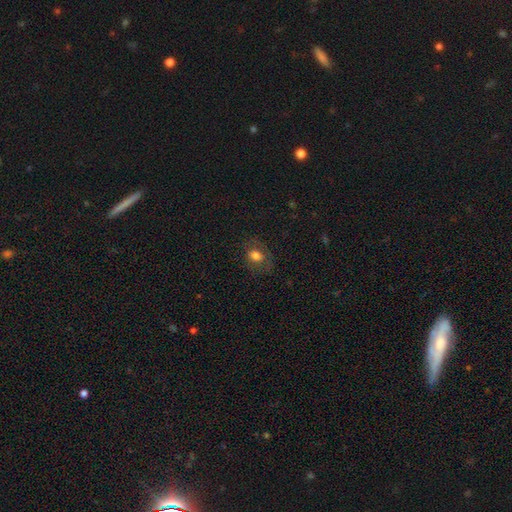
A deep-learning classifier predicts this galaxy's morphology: Smooth or featured? smooth (70%)
How rounded? in between (63%)
Merging? none (68%)